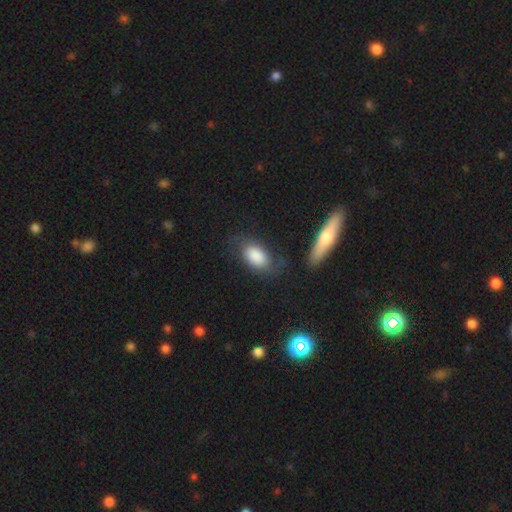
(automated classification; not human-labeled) This is likely a smooth galaxy (77%). How rounded: clearly in between (90%). Merging: likely none (61%).